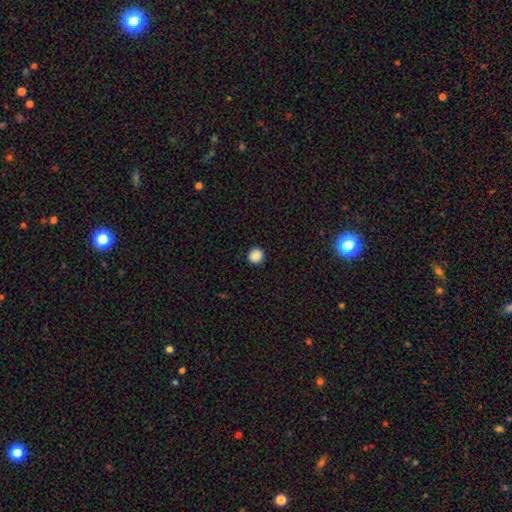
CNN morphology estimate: This appears to be a smooth galaxy with no disk features (88%) that is round (93%). Merging: none (93%).